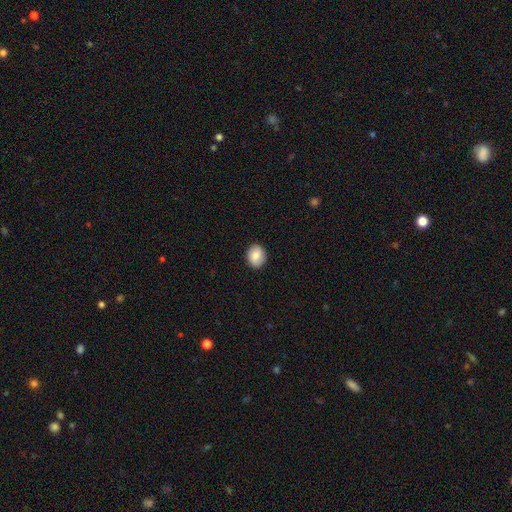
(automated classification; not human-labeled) A smooth galaxy with no disk features (83%) that is round (57%). Merging: none (90%).